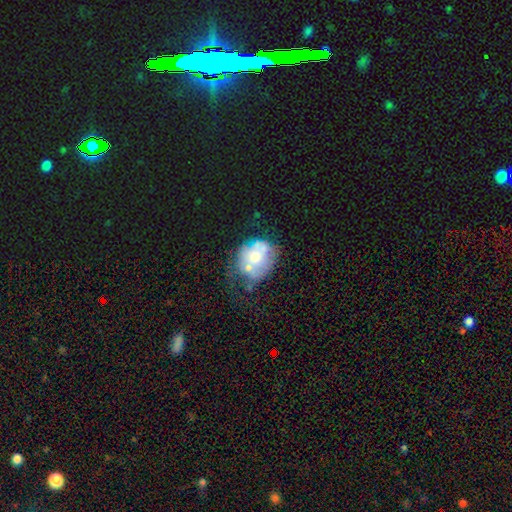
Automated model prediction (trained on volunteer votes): Smooth or featured: featured or disk — 46% (smooth — 45%)
Merging: none — 34% (minor disturbance — 26%)